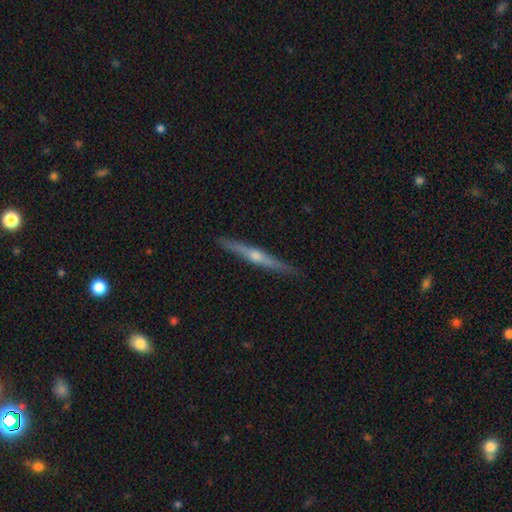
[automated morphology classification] Overall: featured or disk (76%). Edge-on disk: yes (97%). Edge-on bulge: rounded (87%). Merging: none (91%).